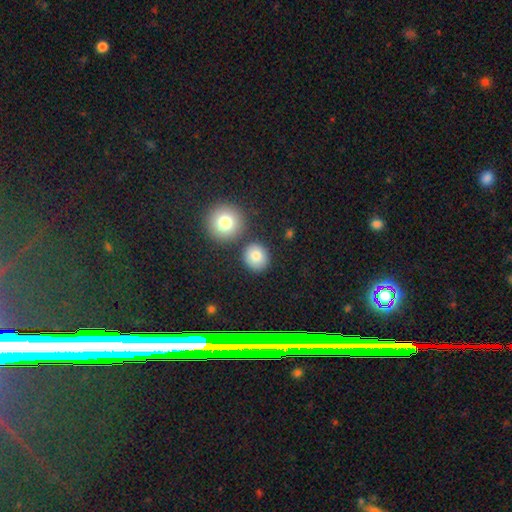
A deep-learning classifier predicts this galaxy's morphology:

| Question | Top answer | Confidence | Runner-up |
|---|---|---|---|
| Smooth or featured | smooth | 81% | star or artifact (11%) |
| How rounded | round | 84% | in between (15%) |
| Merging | none | 80% | merger (9%) |